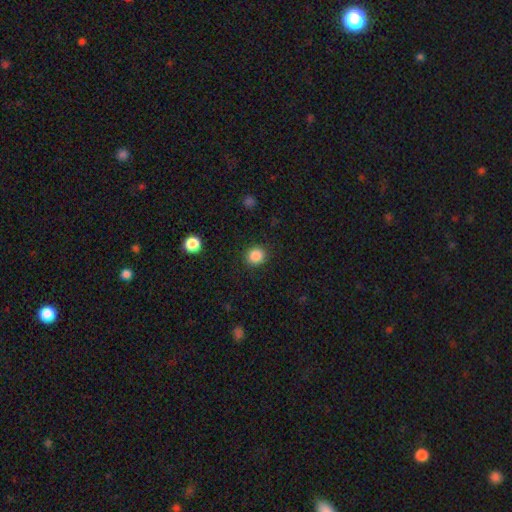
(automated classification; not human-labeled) smooth 86%, star or artifact 10%, featured or disk 3%. Down the decision tree: how rounded — round (89%); merging — none (90%).